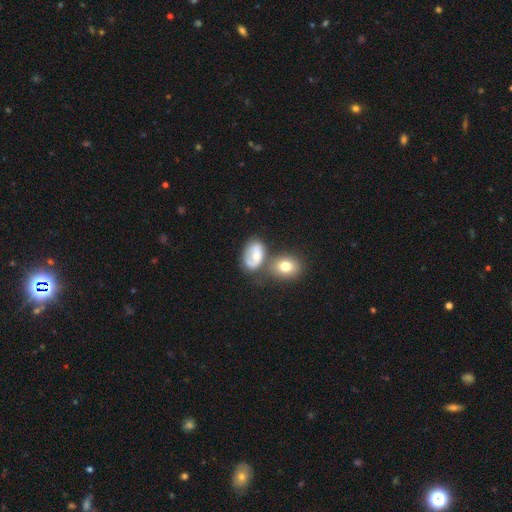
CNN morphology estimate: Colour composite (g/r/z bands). It shows a smooth galaxy with no disk features (51%) that is in between round and cigar-shaped (81%). Merging: none (42%).